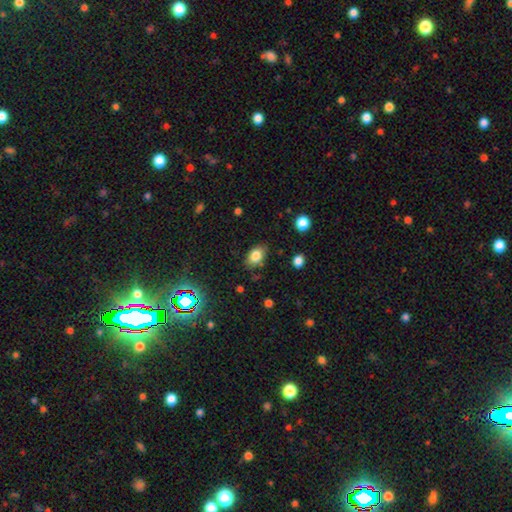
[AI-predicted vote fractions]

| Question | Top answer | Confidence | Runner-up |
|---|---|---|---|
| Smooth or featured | smooth | 81% | star or artifact (10%) |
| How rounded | in between | 82% | round (17%) |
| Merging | none | 79% | minor disturbance (15%) |